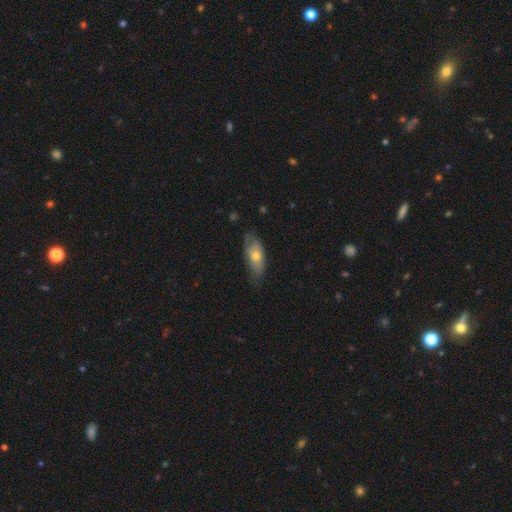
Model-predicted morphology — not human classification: Smooth or featured: smooth — 58% (featured or disk — 35%)
How rounded: in between — 81% (cigar-shaped — 15%)
Merging: none — 63% (minor disturbance — 29%)